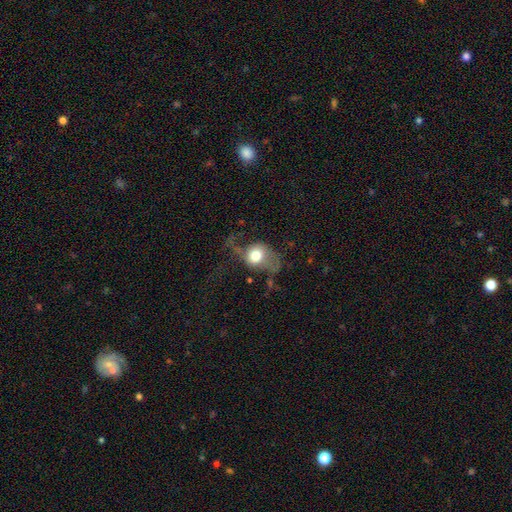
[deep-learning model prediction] Smooth or featured: smooth — 65% (featured or disk — 26%)
How rounded: round — 60% (in between — 39%)
Merging: major disturbance — 42% (none — 30%)